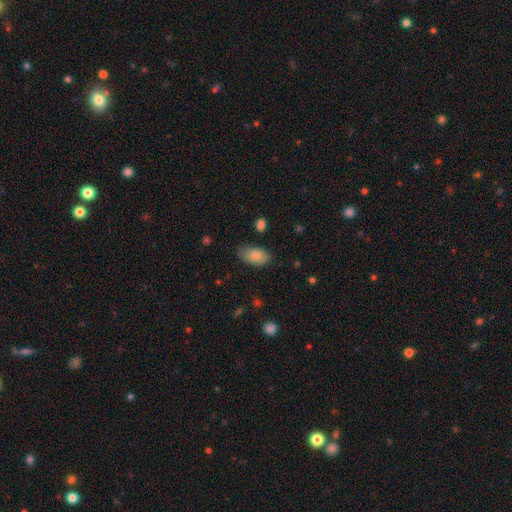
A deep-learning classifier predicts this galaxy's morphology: A smooth galaxy with no disk features (81%) that is in between round and cigar-shaped (93%).

Vote fractions:
- Smooth or featured? smooth: 81% / featured or disk: 12% / star or artifact: 7%
- How rounded? in between: 93% / round: 5% / cigar-shaped: 2%
- Merging? none: 73% / minor disturbance: 21% / major disturbance: 4% / merger: 2%